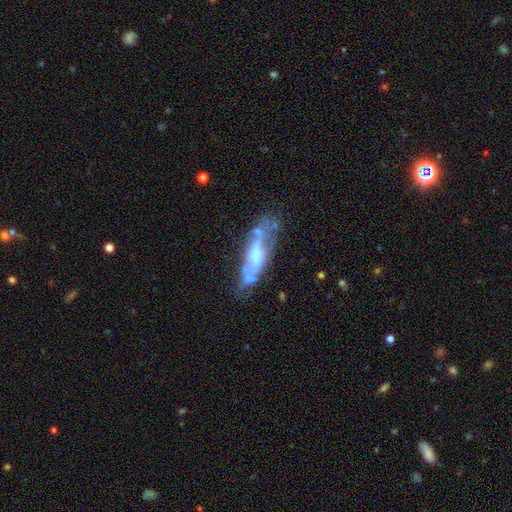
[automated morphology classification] Smooth or featured: featured or disk — 64% (smooth — 27%)
Edge-on disk: no — 80% (yes — 20%)
Bar: no — 38% (strong — 33%)
Spiral arms: no — 61% (yes — 39%)
Bulge size: moderate — 34% (none — 27%)
Merging: none — 39% (minor disturbance — 24%)